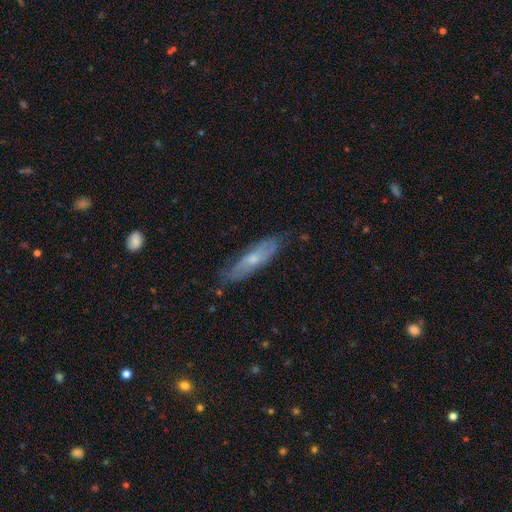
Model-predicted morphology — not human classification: This is possibly a featured or disk galaxy (51%). It is possibly viewed edge-on (59%). Merging: clearly none (84%).